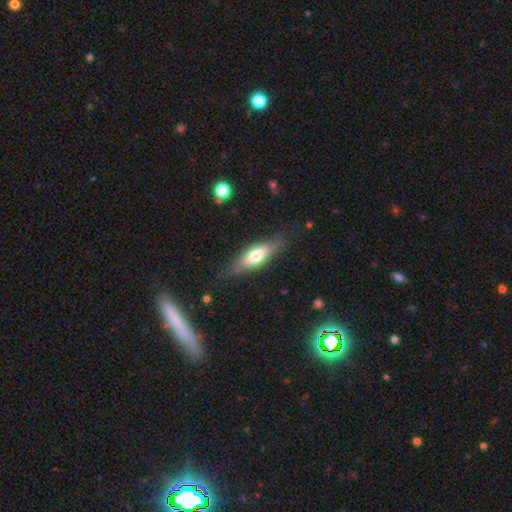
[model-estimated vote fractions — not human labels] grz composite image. It shows a smooth galaxy with no disk features (54%) that is in between round and cigar-shaped (54%). Merging: none (77%).